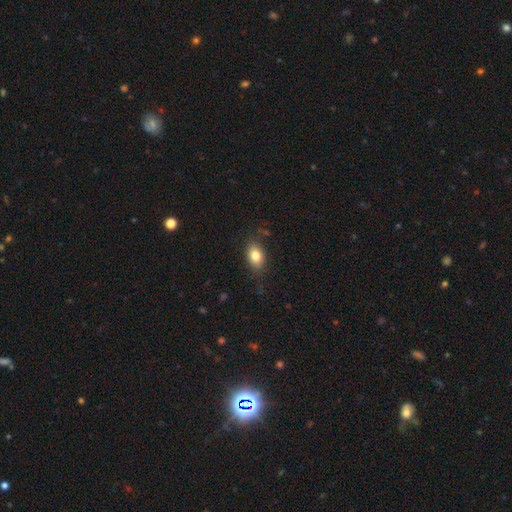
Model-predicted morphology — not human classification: Smooth or featured? Predicted: smooth (p=0.82). How rounded? Predicted: in between (p=0.83). Merging? Predicted: none (p=0.79).